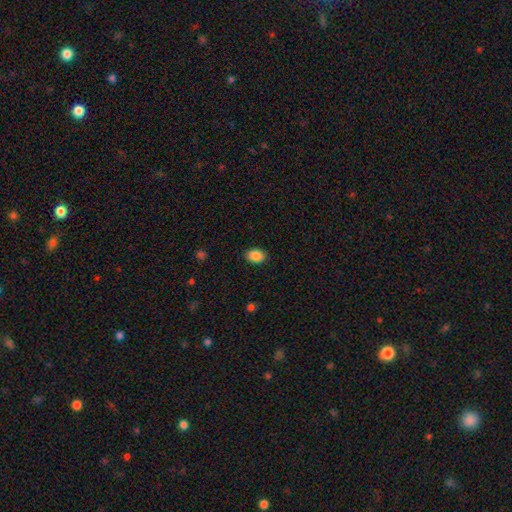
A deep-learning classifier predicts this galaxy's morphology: Overall: smooth (88%). How rounded: in between (74%). Merging: none (87%).